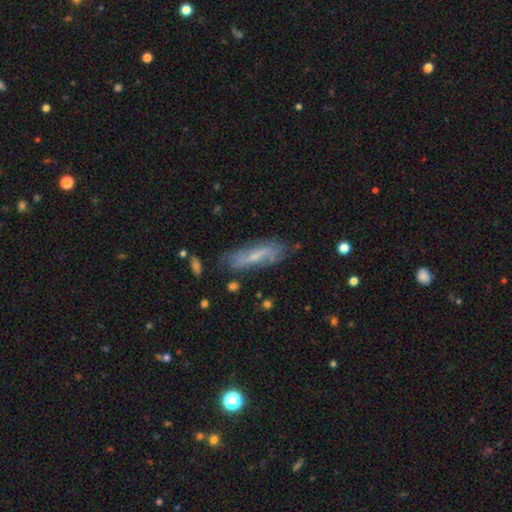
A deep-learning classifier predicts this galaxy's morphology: Overall: featured or disk (54%; smooth 38%). Edge-on disk: no (67%; yes 33%). Merging: none (70%).